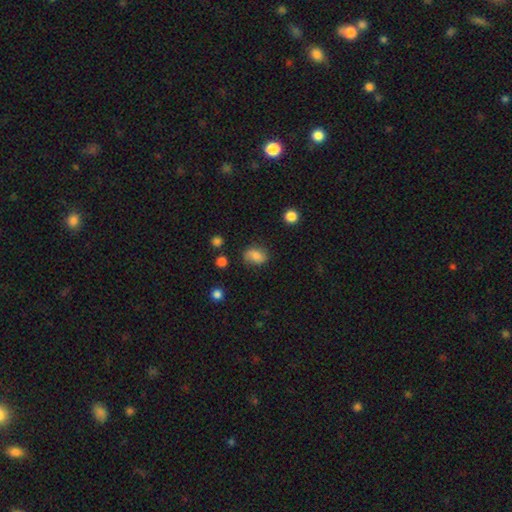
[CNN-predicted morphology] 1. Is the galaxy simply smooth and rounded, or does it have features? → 69% smooth, 20% featured or disk, 11% star or artifact.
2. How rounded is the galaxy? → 66% in between, 32% round, 1% cigar-shaped.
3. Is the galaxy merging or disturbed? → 66% none, 24% minor disturbance, 8% major disturbance, 3% merger.